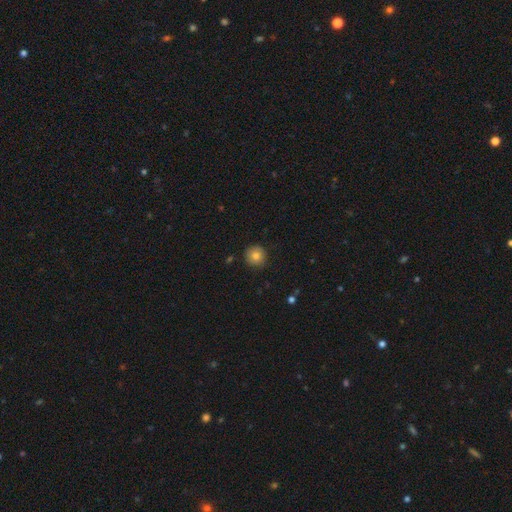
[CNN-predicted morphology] Smooth or featured: smooth — 82% (star or artifact — 10%)
How rounded: round — 95% (in between — 4%)
Merging: none — 89% (minor disturbance — 8%)